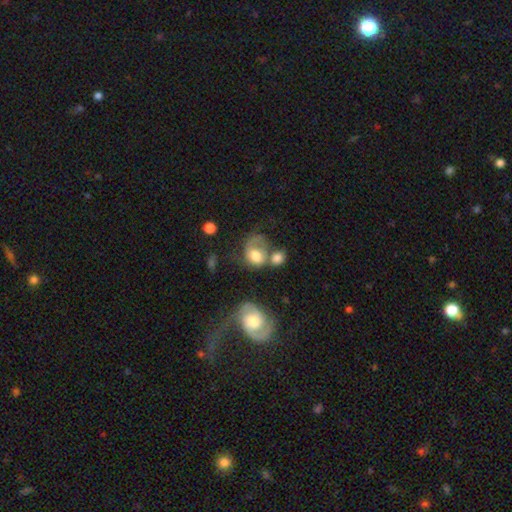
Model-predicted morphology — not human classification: smooth-or-featured: smooth: 56% | featured or disk: 35% | star or artifact: 9%
  how-rounded: in between: 51% | round: 48% | cigar-shaped: 1%
  merging: merger: 36% | major disturbance: 27% | none: 21% | minor disturbance: 16%